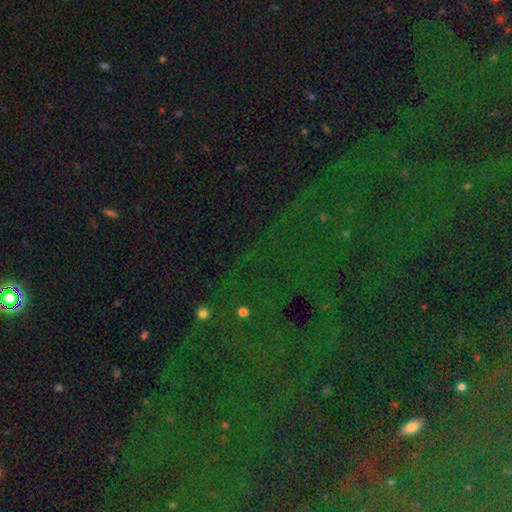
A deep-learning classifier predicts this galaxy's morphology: star or artifact 83%, smooth 10%, featured or disk 8%.